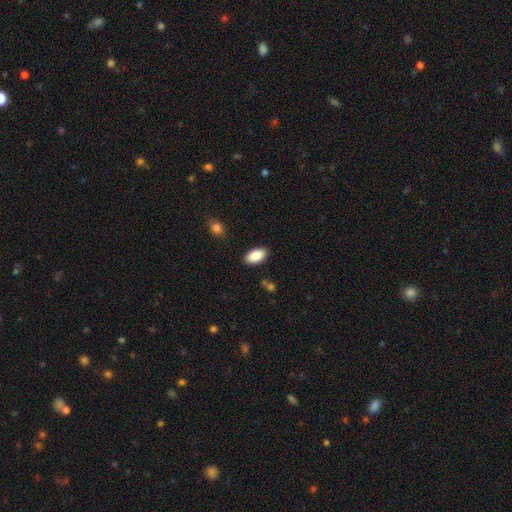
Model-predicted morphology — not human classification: Overall: smooth (89%). How rounded: in between (95%). Merging: none (87%).